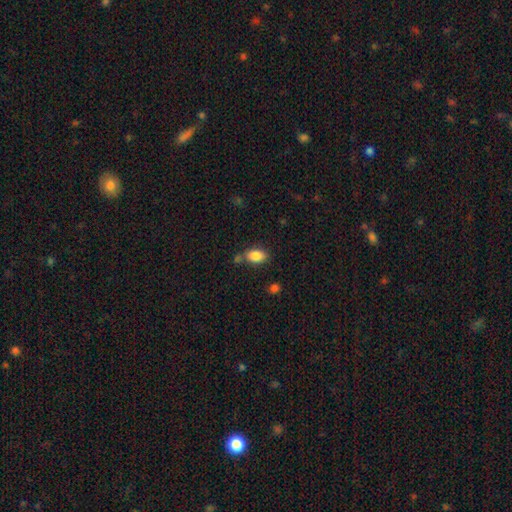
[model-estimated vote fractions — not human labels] smooth-or-featured: smooth: 86% | star or artifact: 8% | featured or disk: 6%
  how-rounded: in between: 89% | round: 9% | cigar-shaped: 2%
  merging: none: 68% | minor disturbance: 16% | merger: 12% | major disturbance: 4%